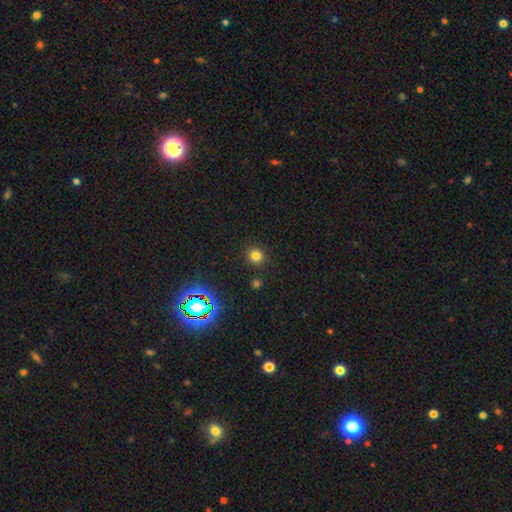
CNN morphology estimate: Smooth or featured? smooth (76%)
How rounded? round (88%)
Merging? none (87%)